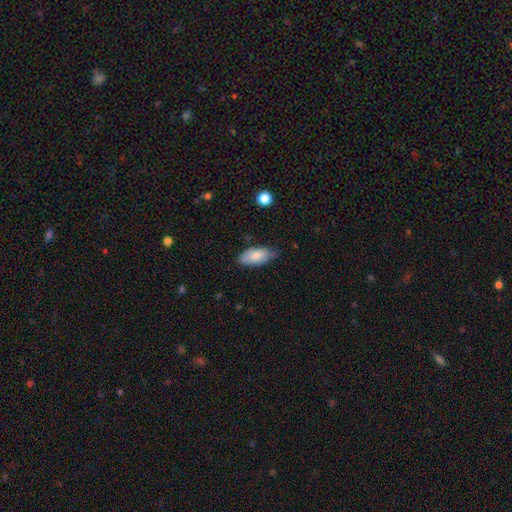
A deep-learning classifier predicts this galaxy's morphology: A smooth galaxy with no disk features (82%) that is in between round and cigar-shaped (90%).

Vote fractions:
- Smooth or featured? smooth: 82% / featured or disk: 12% / star or artifact: 6%
- How rounded? in between: 90% / cigar-shaped: 8% / round: 2%
- Merging? none: 71% / minor disturbance: 24% / major disturbance: 4% / merger: 2%